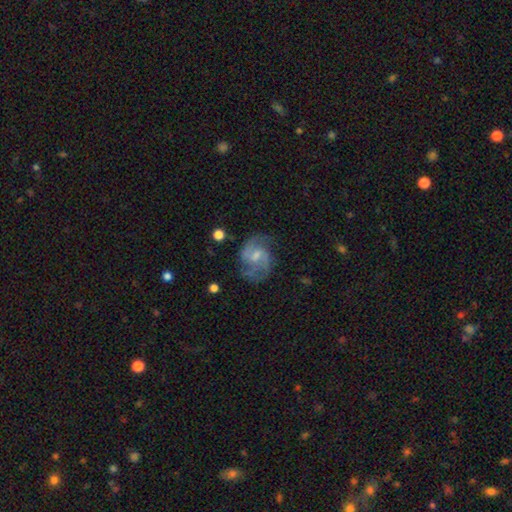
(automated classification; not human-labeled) Smooth or featured: featured or disk — 80% (smooth — 13%)
Edge-on disk: no — 98% (yes — 2%)
Bar: weak — 59% (no — 30%)
Spiral arms: yes — 94% (no — 6%)
Spiral winding: medium — 53% (loose — 25%)
Spiral arm count: 2 — 58% (3 — 16%)
Bulge size: small — 44% (moderate — 40%)
Merging: none — 61% (minor disturbance — 21%)